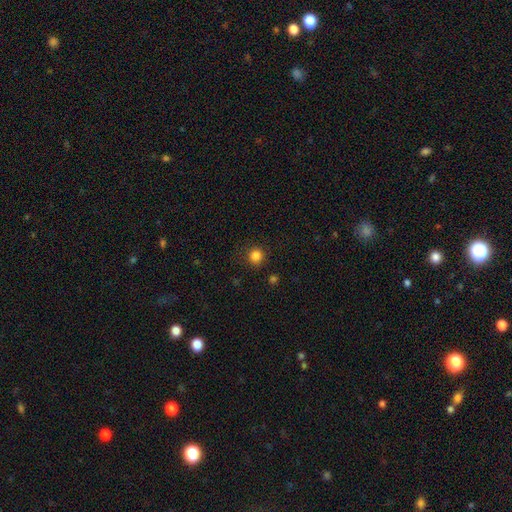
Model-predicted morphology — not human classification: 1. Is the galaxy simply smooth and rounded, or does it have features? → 84% smooth, 13% star or artifact, 4% featured or disk.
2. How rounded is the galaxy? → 93% round, 6% in between, 1% cigar-shaped.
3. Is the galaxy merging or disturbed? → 88% none, 8% minor disturbance, 3% major disturbance, 2% merger.